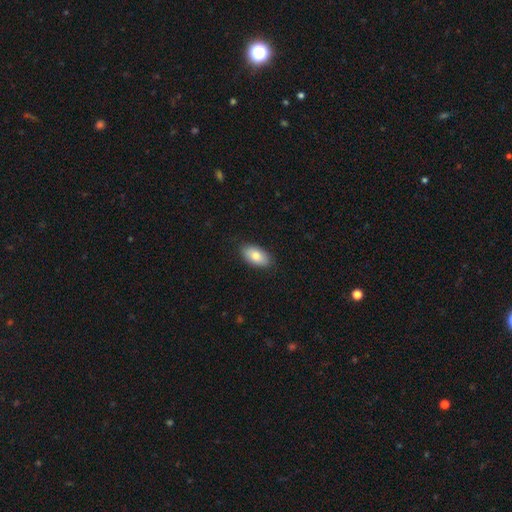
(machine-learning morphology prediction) A smooth galaxy with no disk features (80%) that is in between round and cigar-shaped (93%). Merging: none (87%).